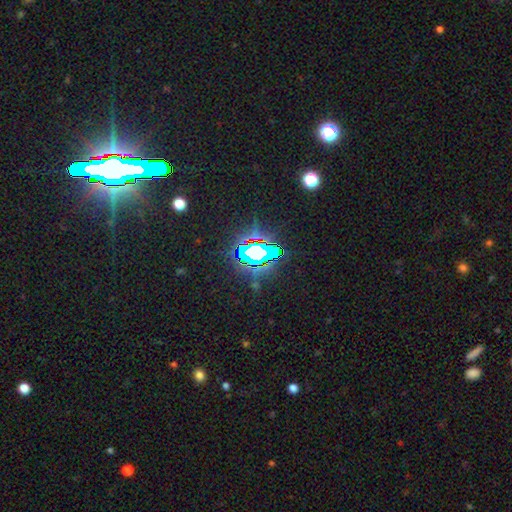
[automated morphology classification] smooth-or-featured: star or artifact: 74% | smooth: 15% | featured or disk: 12%